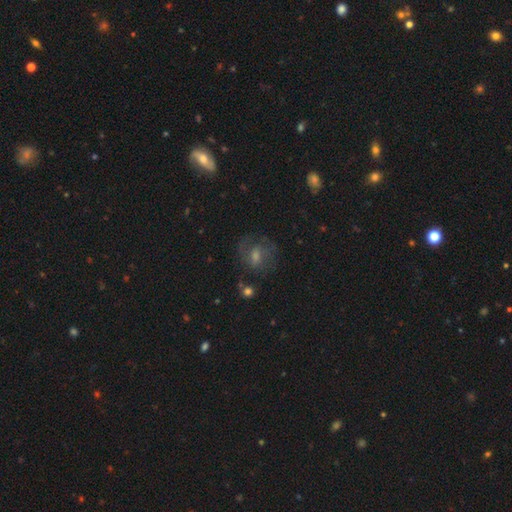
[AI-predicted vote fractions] This appears to be a featured or disk galaxy (47%). Merging: none (66%).